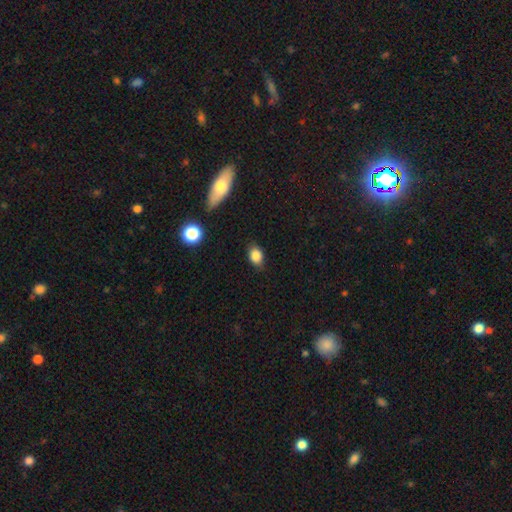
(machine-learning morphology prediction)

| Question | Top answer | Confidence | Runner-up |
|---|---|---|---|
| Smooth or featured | smooth | 85% | star or artifact (10%) |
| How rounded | in between | 71% | round (28%) |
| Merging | none | 80% | minor disturbance (15%) |